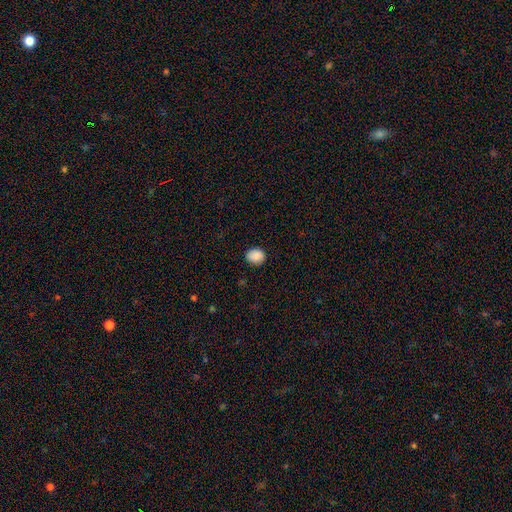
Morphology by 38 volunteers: This appears to be a smooth galaxy with no disk features (95%) that is in between round and cigar-shaped (53%). Merging: none (81%).